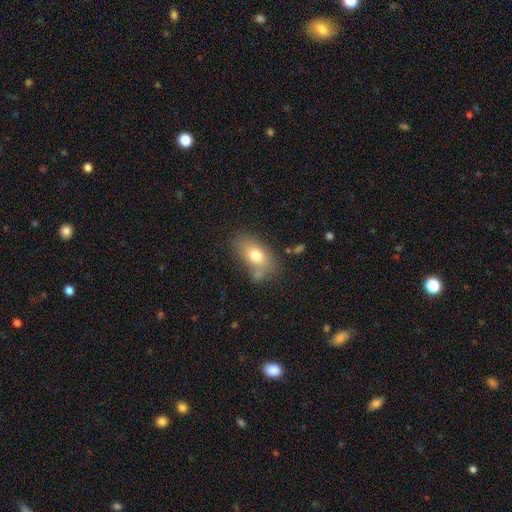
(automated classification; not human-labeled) A smooth galaxy with no disk features (74%) that is in between round and cigar-shaped (88%).

Vote fractions:
- Smooth or featured? smooth: 74% / featured or disk: 17% / star or artifact: 9%
- How rounded? in between: 88% / round: 9% / cigar-shaped: 4%
- Merging? none: 62% / minor disturbance: 22% / merger: 9% / major disturbance: 7%